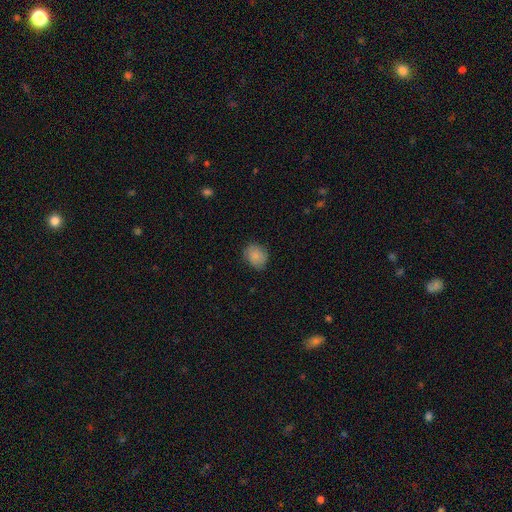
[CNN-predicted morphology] smooth_or_featured: smooth (p=0.83) [alt: featured or disk p=0.09]
how_rounded: round (p=0.62) [alt: in between p=0.37]
merging: none (p=0.78) [alt: minor disturbance p=0.18]